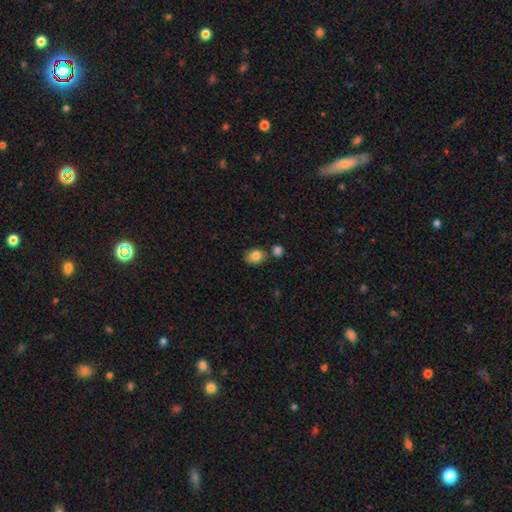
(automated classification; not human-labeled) Smooth or featured? Predicted: smooth (p=0.84). How rounded? Predicted: in between (p=0.60). Merging? Predicted: none (p=0.67).